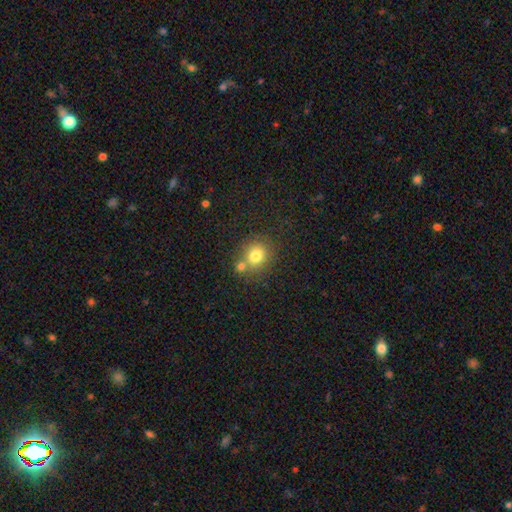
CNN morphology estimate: type=smooth (78%); roundness=round (79%); merging=none (58%).